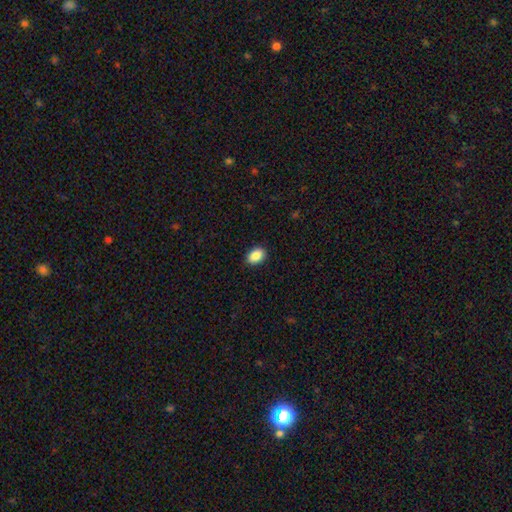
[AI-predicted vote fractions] smooth_or_featured: smooth (p=0.89) [alt: star or artifact p=0.08]
how_rounded: in between (p=0.82) [alt: round p=0.16]
merging: none (p=0.89) [alt: minor disturbance p=0.08]